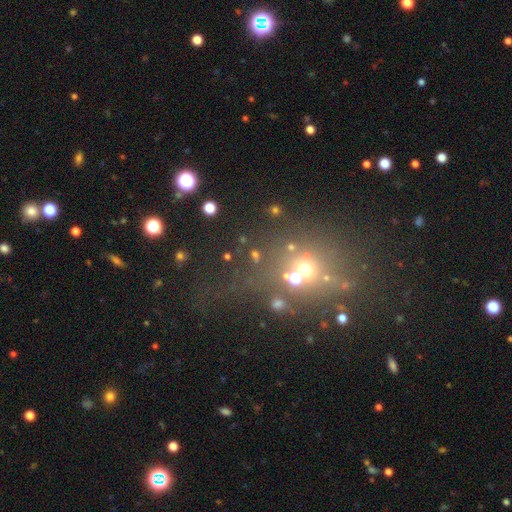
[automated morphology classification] Smooth or featured? star or artifact (44%)